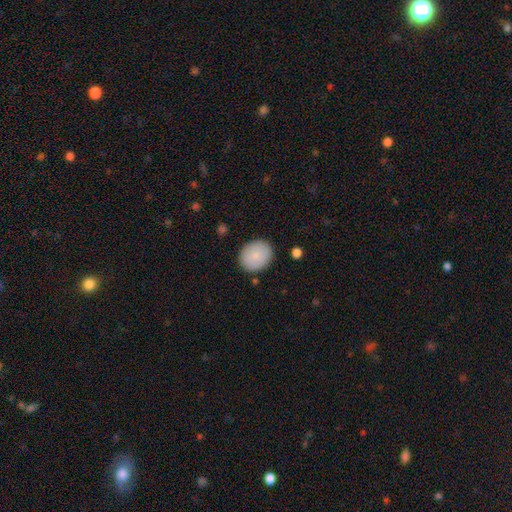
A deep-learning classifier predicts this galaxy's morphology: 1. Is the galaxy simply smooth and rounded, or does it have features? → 86% smooth, 7% featured or disk, 7% star or artifact.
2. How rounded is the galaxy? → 58% round, 41% in between, 1% cigar-shaped.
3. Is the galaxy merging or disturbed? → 87% none, 9% minor disturbance, 2% major disturbance, 1% merger.